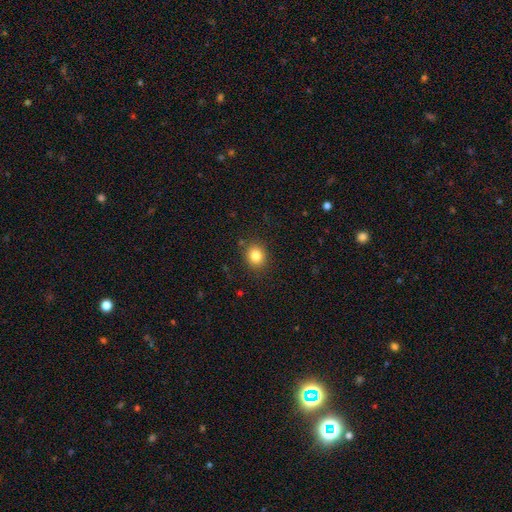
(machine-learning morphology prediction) This is clearly a smooth galaxy (83%). How rounded: likely round (73%). Merging: clearly none (87%).